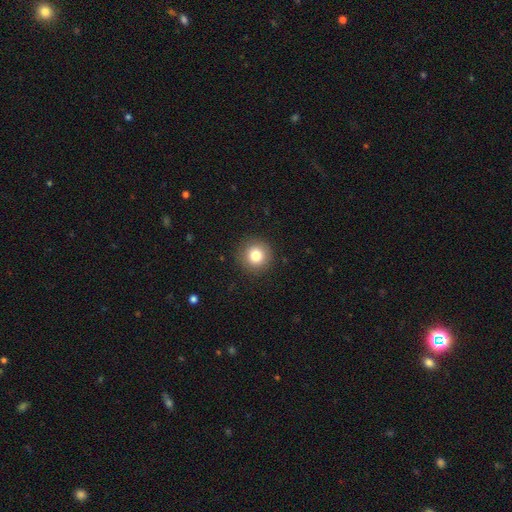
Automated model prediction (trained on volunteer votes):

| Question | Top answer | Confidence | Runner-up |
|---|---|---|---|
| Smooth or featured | smooth | 81% | star or artifact (11%) |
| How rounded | round | 95% | in between (4%) |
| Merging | none | 91% | minor disturbance (6%) |